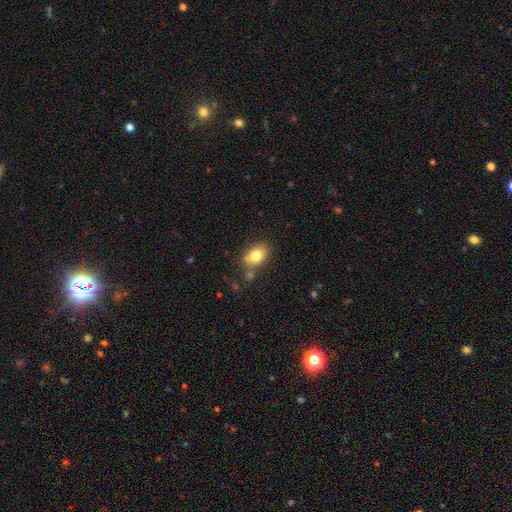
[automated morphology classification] Overall: smooth (81%). How rounded: in between (75%). Merging: none (70%).